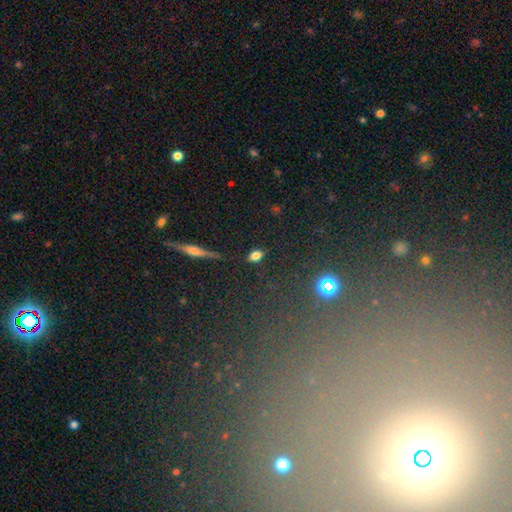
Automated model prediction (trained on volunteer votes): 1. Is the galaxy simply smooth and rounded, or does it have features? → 79% smooth, 11% star or artifact, 10% featured or disk.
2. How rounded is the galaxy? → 84% in between, 11% round, 5% cigar-shaped.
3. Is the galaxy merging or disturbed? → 85% none, 10% minor disturbance, 3% major disturbance, 2% merger.